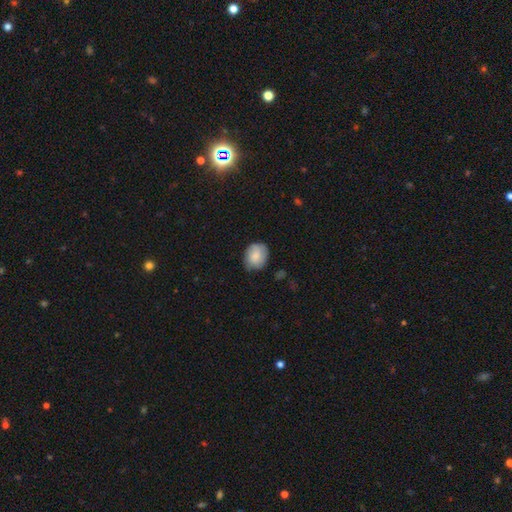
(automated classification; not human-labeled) The model was most divided on "how rounded": round: 54%, in between: 45%, cigar-shaped: 1%. More confident: smooth or featured — smooth (79%); merging — none (71%).